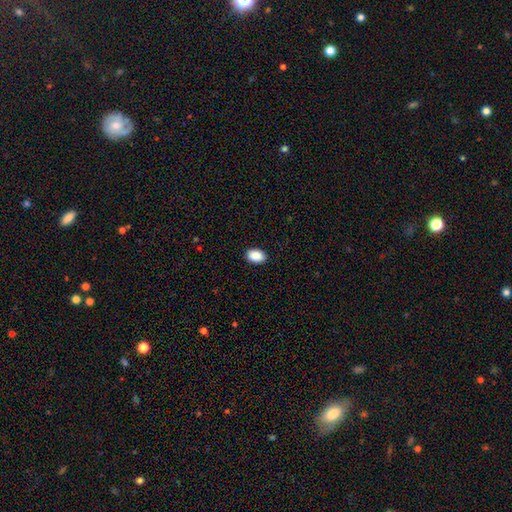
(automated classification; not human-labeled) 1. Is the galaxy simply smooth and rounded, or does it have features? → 90% smooth, 7% star or artifact, 3% featured or disk.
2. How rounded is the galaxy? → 89% in between, 10% round, 1% cigar-shaped.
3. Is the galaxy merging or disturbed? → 90% none, 8% minor disturbance, 2% major disturbance, 1% merger.